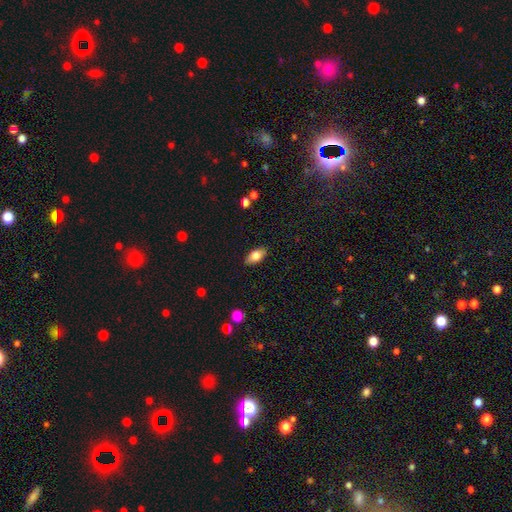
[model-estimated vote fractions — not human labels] A smooth galaxy with no disk features (77%) that is in between round and cigar-shaped (89%). Merging: none (88%).